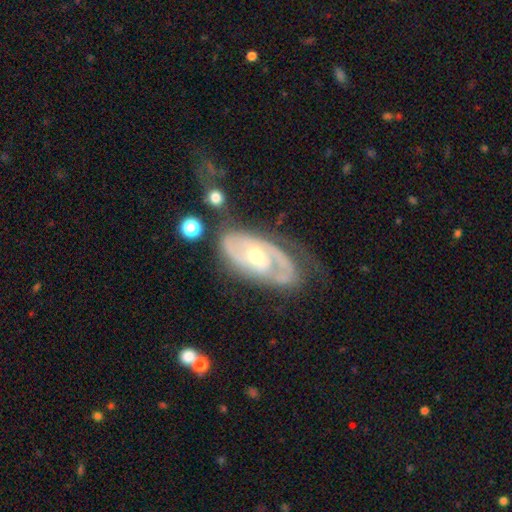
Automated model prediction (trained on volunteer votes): This appears to be a featured or disk galaxy (85%) with no bar (56%), 2 (61%) tight (53%) spiral arms (89%) and a moderate central bulge (66%). Merging: none (59%).